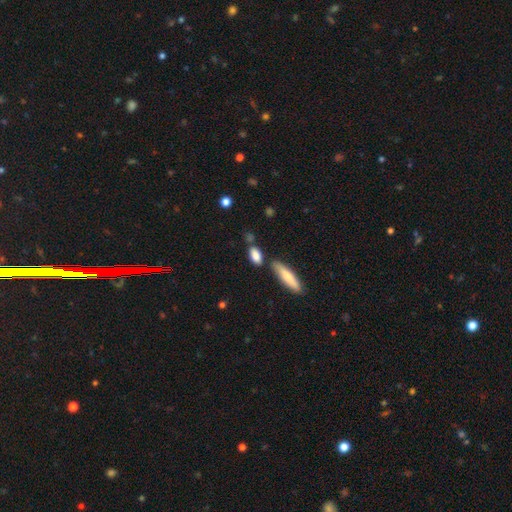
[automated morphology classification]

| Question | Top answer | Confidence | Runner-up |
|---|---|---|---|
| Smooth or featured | smooth | 83% | featured or disk (10%) |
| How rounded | in between | 75% | cigar-shaped (19%) |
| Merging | none | 64% | minor disturbance (17%) |